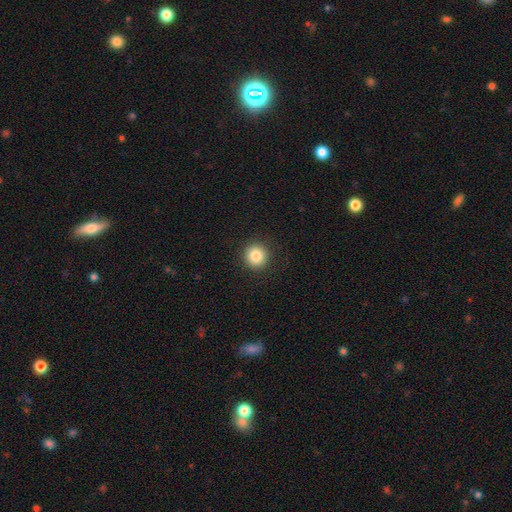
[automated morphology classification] Smooth or featured?
  - smooth: 85% *
  - star or artifact: 10%
  - featured or disk: 5%
How rounded?
  - round: 94% *
  - in between: 5%
  - cigar-shaped: 1%
Merging?
  - none: 92% *
  - minor disturbance: 5%
  - major disturbance: 2%
  - merger: 1%